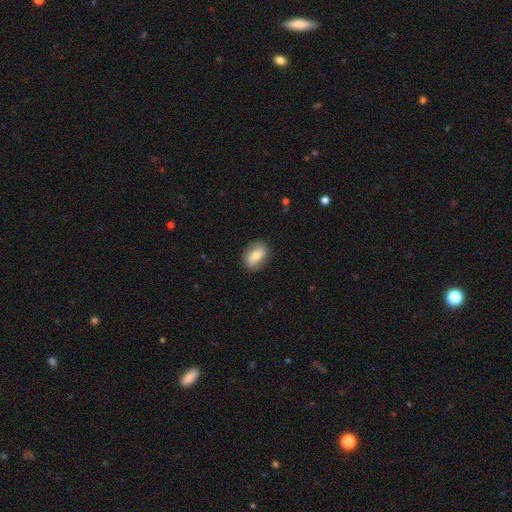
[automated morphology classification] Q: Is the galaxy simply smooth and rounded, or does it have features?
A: smooth — 65%.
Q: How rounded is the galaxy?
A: in between — 76%.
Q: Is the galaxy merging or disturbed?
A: none — 84%.